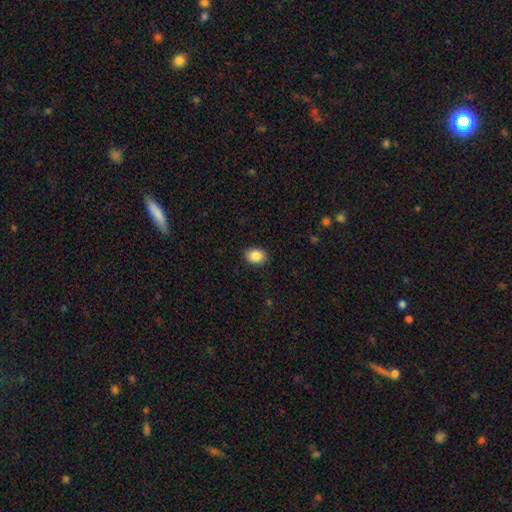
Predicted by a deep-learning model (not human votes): A smooth galaxy with no disk features (87%) that is in between round and cigar-shaped (53%). Merging: none (89%).